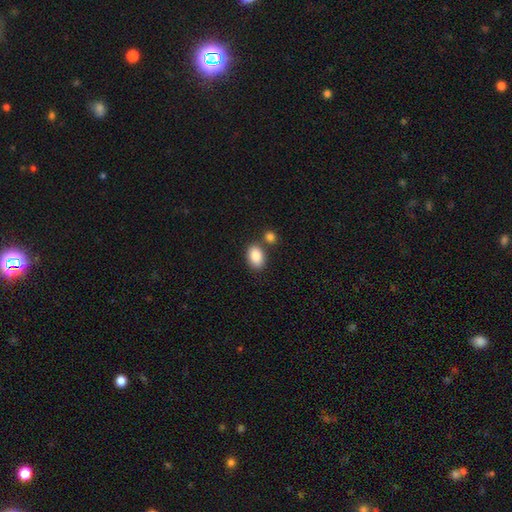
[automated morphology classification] Smooth or featured?
  - smooth: 87% *
  - star or artifact: 7%
  - featured or disk: 5%
How rounded?
  - in between: 86% *
  - round: 13%
  - cigar-shaped: 1%
Merging?
  - none: 67% *
  - merger: 17%
  - minor disturbance: 12%
  - major disturbance: 3%